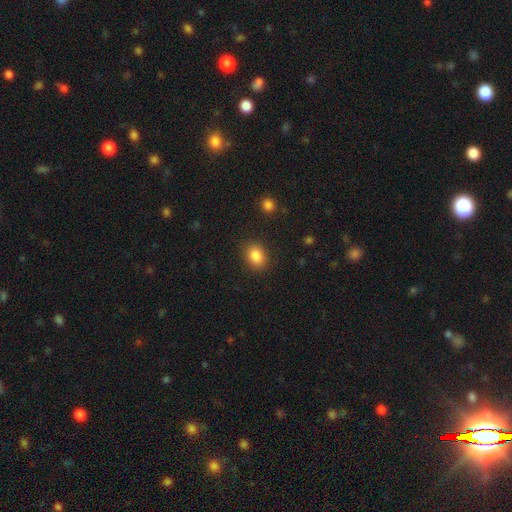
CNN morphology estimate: smooth-or-featured: smooth: 86% | star or artifact: 9% | featured or disk: 5%
  how-rounded: in between: 65% | round: 34% | cigar-shaped: 1%
  merging: none: 86% | minor disturbance: 9% | major disturbance: 3% | merger: 1%